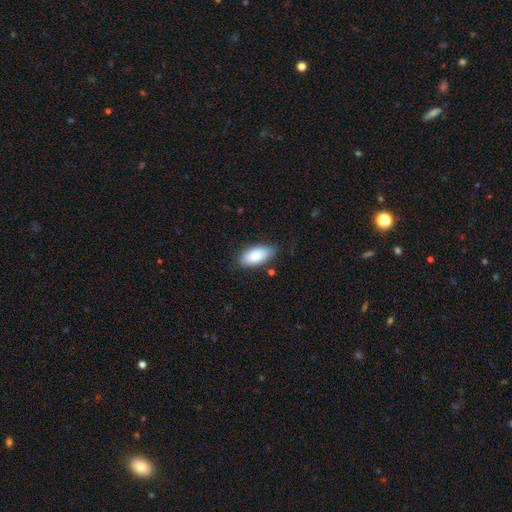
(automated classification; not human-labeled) This appears to be a smooth galaxy with no disk features (88%) that is in between round and cigar-shaped (92%). Merging: none (80%).